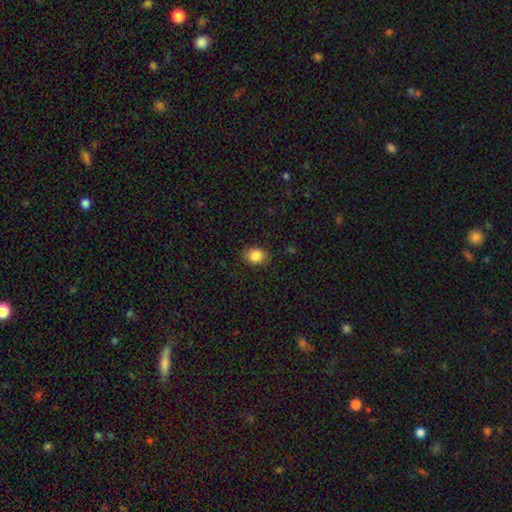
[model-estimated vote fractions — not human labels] smooth-or-featured: smooth: 86% | star or artifact: 9% | featured or disk: 5%
  how-rounded: round: 61% | in between: 38% | cigar-shaped: 1%
  merging: none: 83% | minor disturbance: 13% | major disturbance: 3% | merger: 1%